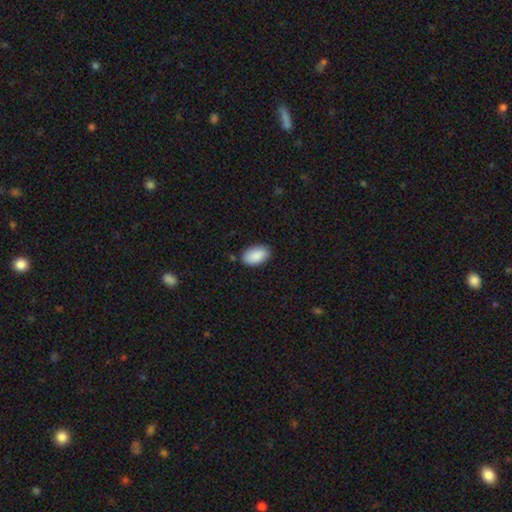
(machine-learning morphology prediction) smooth 90%, star or artifact 6%, featured or disk 4%. Down the decision tree: how rounded — in between (94%); merging — none (84%).